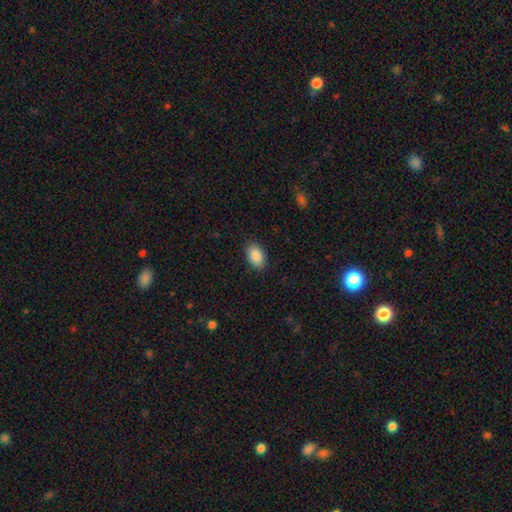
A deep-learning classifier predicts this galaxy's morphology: The model was most divided on "merging": none: 87%, minor disturbance: 10%, major disturbance: 2%, merger: 1%. More confident: how rounded — in between (90%); smooth or featured — smooth (89%).